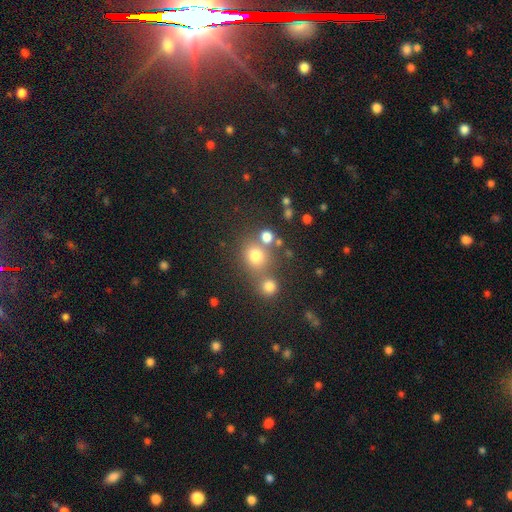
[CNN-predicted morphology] This is likely a smooth galaxy (74%). How rounded: clearly round (84%). Merging: possibly none (59%).